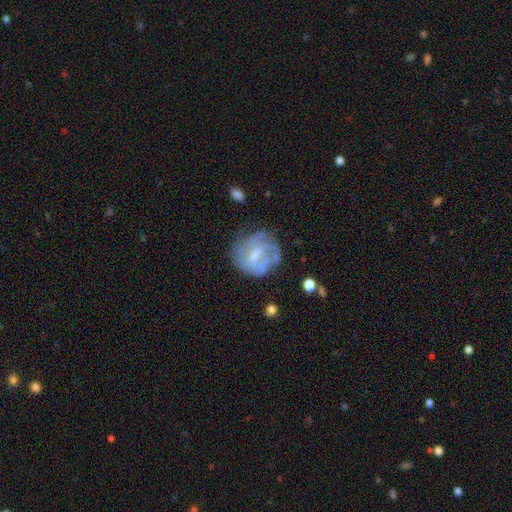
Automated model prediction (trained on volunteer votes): Smooth or featured? Predicted: featured or disk (p=0.54). Edge-on disk? Predicted: no (p=0.97). Bar? Predicted: no (p=0.48). Spiral arms? Predicted: no (p=0.61). Bulge size? Predicted: moderate (p=0.41). Merging? Predicted: none (p=0.54).